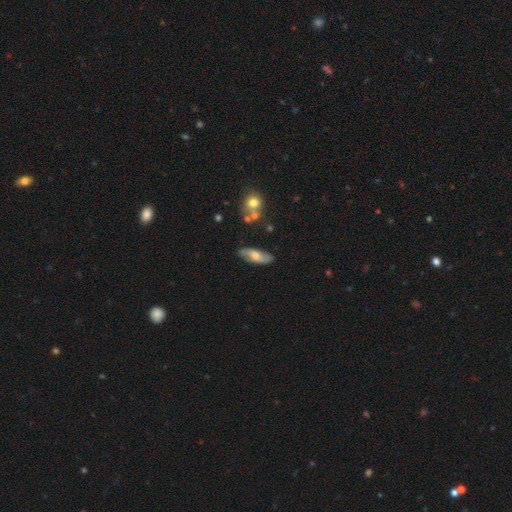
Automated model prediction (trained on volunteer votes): A smooth galaxy with no disk features (48%).

Vote fractions:
- Smooth or featured? smooth: 48% / featured or disk: 45% / star or artifact: 6%
- Merging? none: 78% / minor disturbance: 16% / major disturbance: 3% / merger: 3%